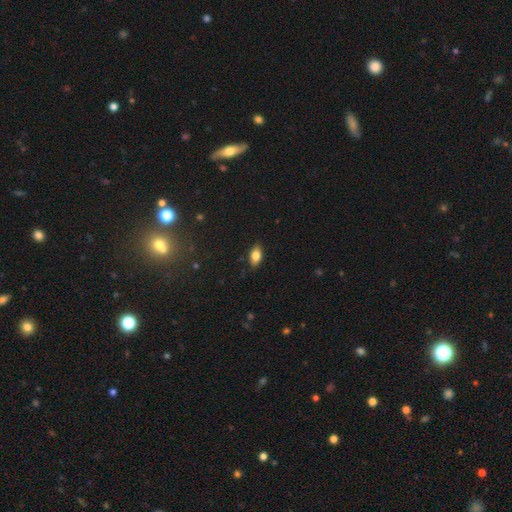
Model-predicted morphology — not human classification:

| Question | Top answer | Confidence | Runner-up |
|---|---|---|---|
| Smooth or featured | smooth | 79% | featured or disk (13%) |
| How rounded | in between | 89% | cigar-shaped (6%) |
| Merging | none | 85% | minor disturbance (12%) |